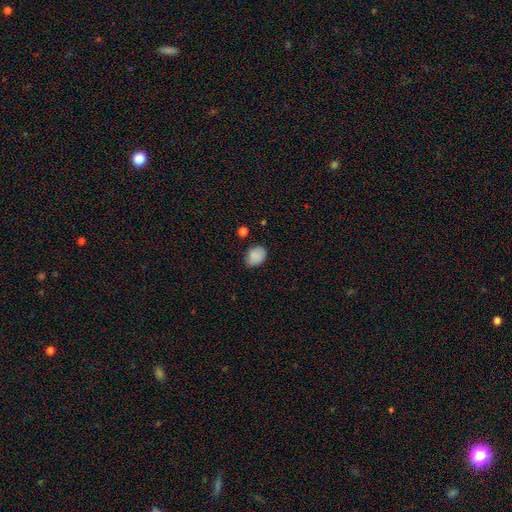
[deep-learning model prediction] Smooth or featured?
  - smooth: 85% *
  - star or artifact: 8%
  - featured or disk: 6%
How rounded?
  - in between: 63% *
  - round: 37%
  - cigar-shaped: 1%
Merging?
  - none: 70% *
  - minor disturbance: 24%
  - major disturbance: 4%
  - merger: 3%